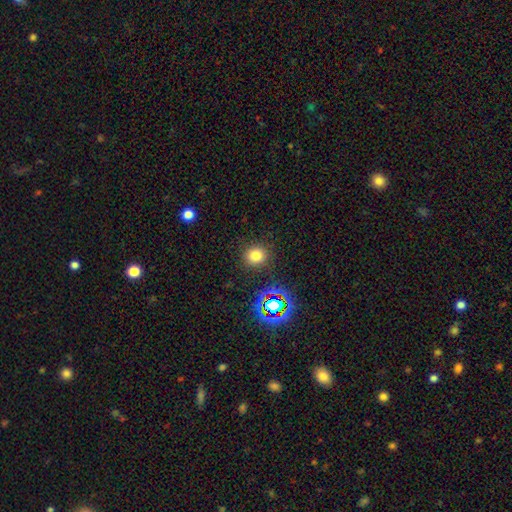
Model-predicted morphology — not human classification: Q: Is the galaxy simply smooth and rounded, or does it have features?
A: smooth — 74%.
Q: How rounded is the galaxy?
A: round — 82%.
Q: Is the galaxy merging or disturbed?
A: none — 88%.